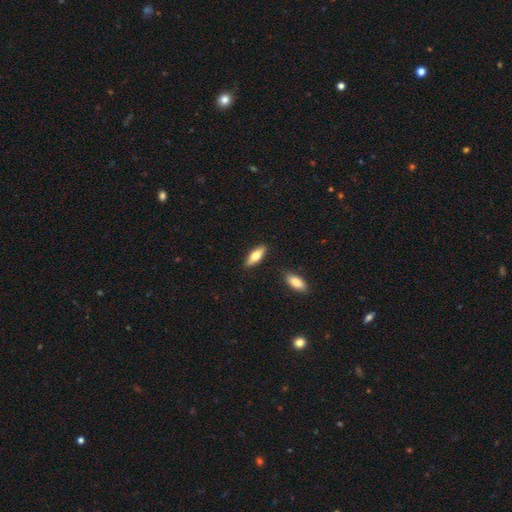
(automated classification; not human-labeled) smooth_or_featured: smooth (p=0.66) [alt: featured or disk p=0.28]
how_rounded: in between (p=0.68) [alt: cigar-shaped p=0.30]
merging: none (p=0.87) [alt: minor disturbance p=0.09]